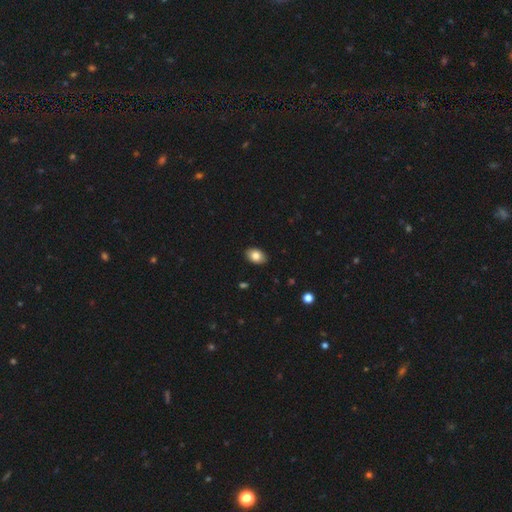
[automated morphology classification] type=smooth (83%); roundness=in between (83%); merging=none (89%).